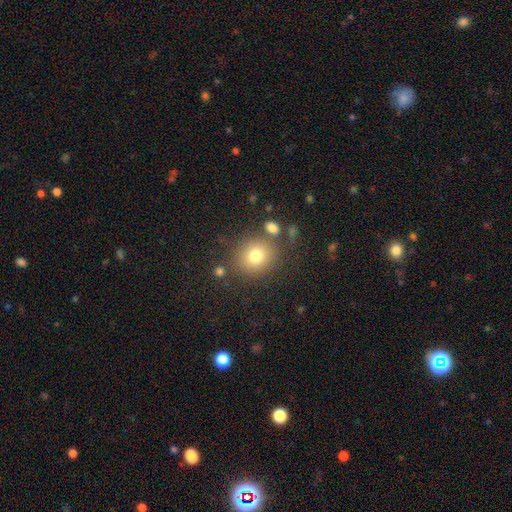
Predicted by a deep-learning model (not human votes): smooth-or-featured: smooth: 77% | star or artifact: 12% | featured or disk: 10%
  how-rounded: round: 78% | in between: 21% | cigar-shaped: 1%
  merging: none: 78% | minor disturbance: 11% | merger: 7% | major disturbance: 4%